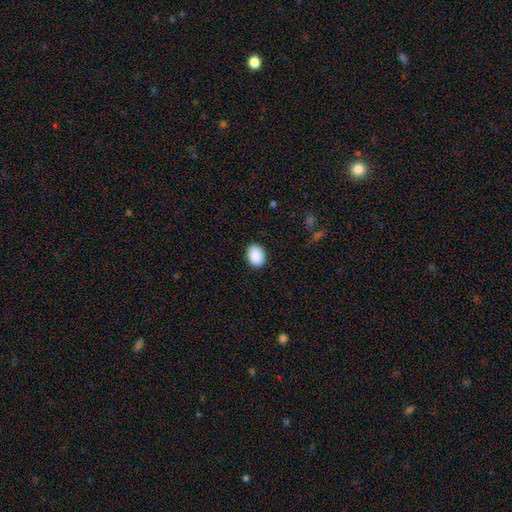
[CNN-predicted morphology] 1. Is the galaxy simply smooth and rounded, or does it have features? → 90% smooth, 7% star or artifact, 3% featured or disk.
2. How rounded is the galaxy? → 67% in between, 32% round, 1% cigar-shaped.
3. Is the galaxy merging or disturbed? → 89% none, 8% minor disturbance, 2% major disturbance, 1% merger.